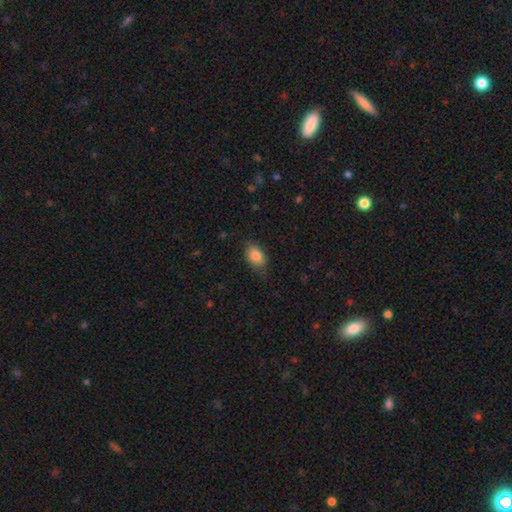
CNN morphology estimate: The model was most divided on "merging": none: 74%, minor disturbance: 20%, major disturbance: 5%, merger: 1%. More confident: how rounded — in between (87%); smooth or featured — smooth (85%).